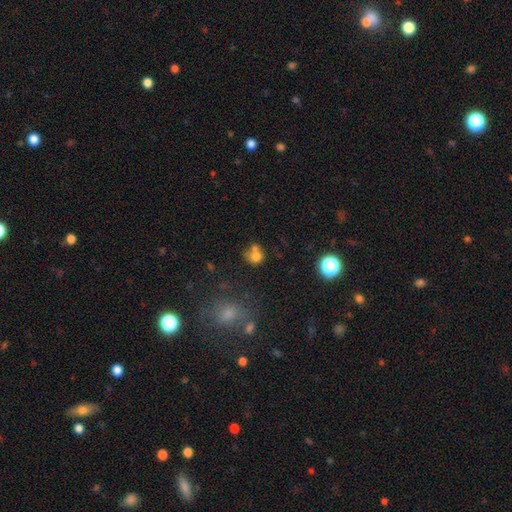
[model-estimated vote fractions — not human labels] The model was most divided on "merging": merger: 44%, none: 36%, minor disturbance: 13%, major disturbance: 7%. More confident: smooth or featured — smooth (71%); how rounded — round (71%).